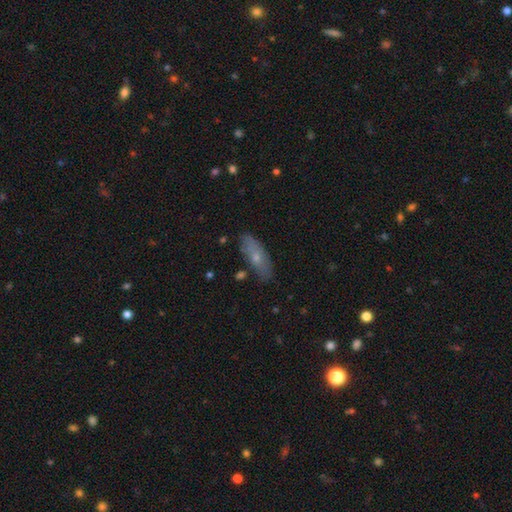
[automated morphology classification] A smooth galaxy with no disk features (60%) that is in between round and cigar-shaped (60%). Merging: none (79%).